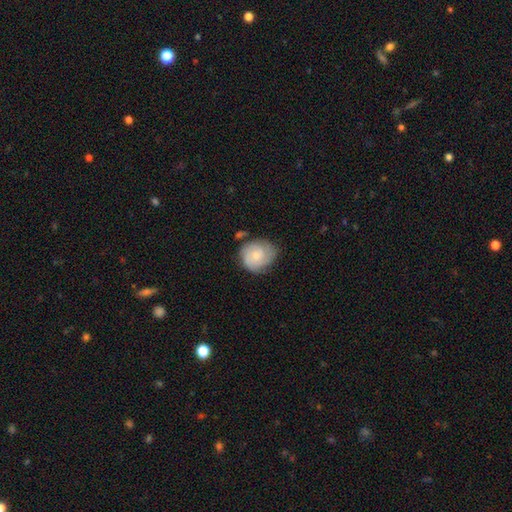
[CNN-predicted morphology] Smooth or featured: featured or disk — 47% (smooth — 46%)
Merging: none — 62% (minor disturbance — 26%)